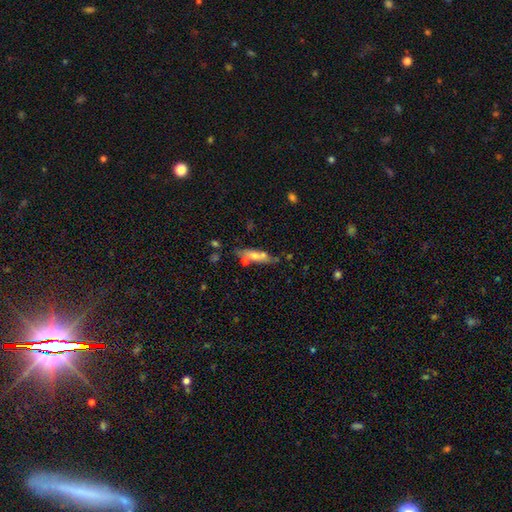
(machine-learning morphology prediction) A smooth galaxy with no disk features (58%) that is cigar-shaped (59%). Merging: none (56%).